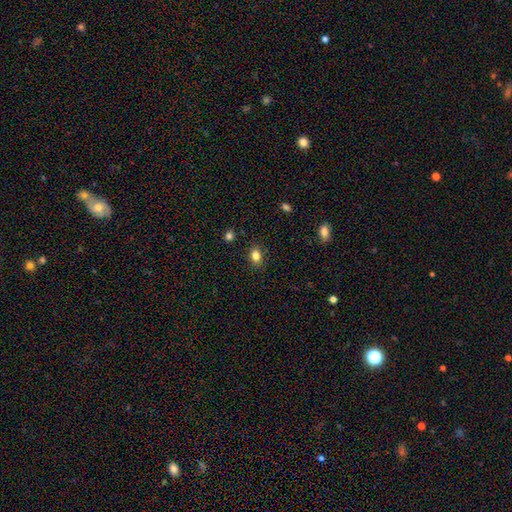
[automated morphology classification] This appears to be a smooth galaxy with no disk features (83%) that is in between round and cigar-shaped (69%). Merging: none (86%).